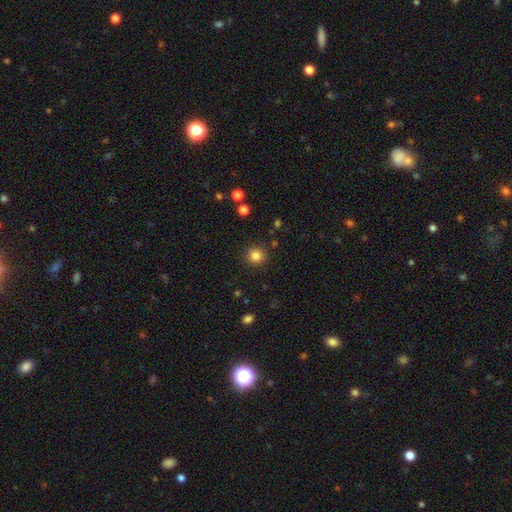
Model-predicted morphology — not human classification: smooth 84%, star or artifact 12%, featured or disk 5%. Down the decision tree: how rounded — round (93%); merging — none (90%).